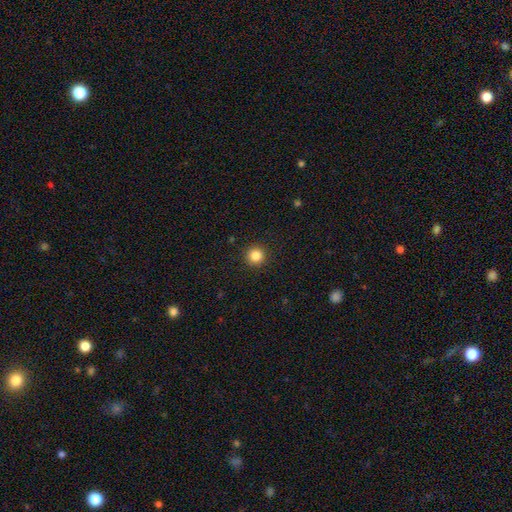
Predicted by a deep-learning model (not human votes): A smooth galaxy with no disk features (85%) that is round (95%).

Vote fractions:
- Smooth or featured? smooth: 85% / star or artifact: 11% / featured or disk: 4%
- How rounded? round: 95% / in between: 4% / cigar-shaped: 1%
- Merging? none: 92% / minor disturbance: 5% / major disturbance: 2% / merger: 1%